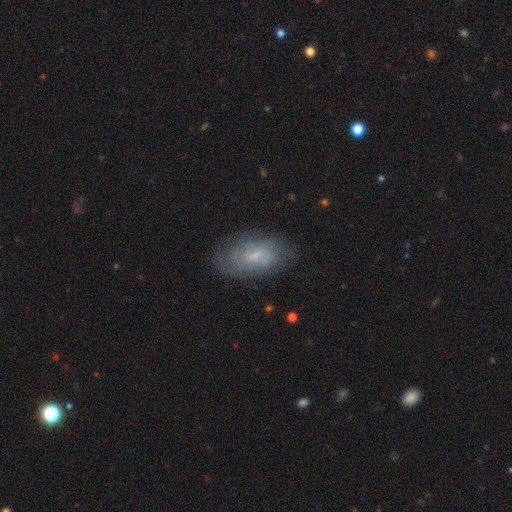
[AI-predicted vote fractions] smooth-or-featured: featured or disk: 48% | smooth: 43% | star or artifact: 9%
  merging: none: 72% | minor disturbance: 19% | major disturbance: 7% | merger: 2%